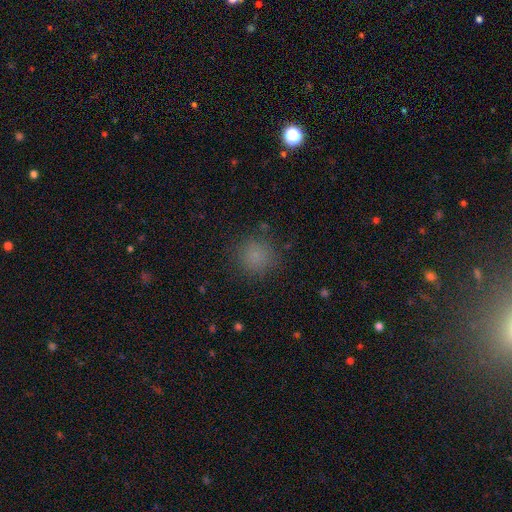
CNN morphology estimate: Q: Smooth or featured?
A: smooth (79%); runner-up: star or artifact (16%)
Q: How rounded?
A: round (92%); runner-up: in between (7%)
Q: Merging?
A: none (86%); runner-up: minor disturbance (9%)